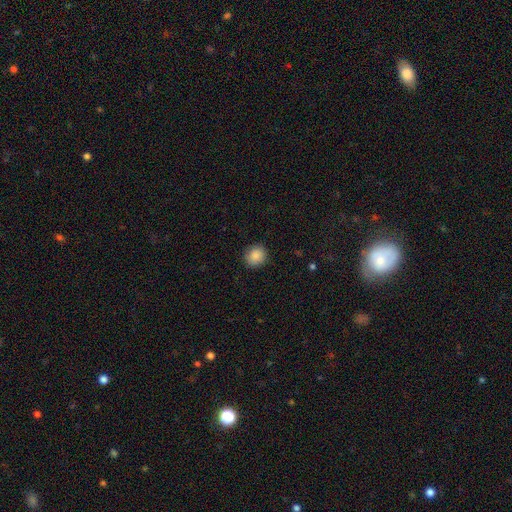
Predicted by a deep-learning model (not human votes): smooth_or_featured: smooth (p=0.87) [alt: star or artifact p=0.09]
how_rounded: round (p=0.84) [alt: in between p=0.15]
merging: none (p=0.89) [alt: minor disturbance p=0.08]